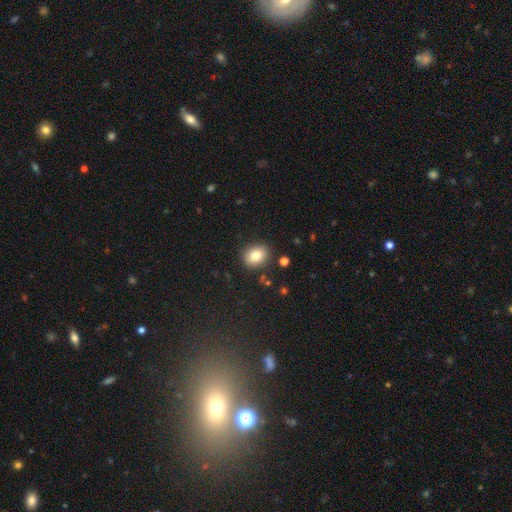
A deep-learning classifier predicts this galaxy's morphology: This appears to be a smooth galaxy with no disk features (81%) that is round (60%). Merging: none (87%).